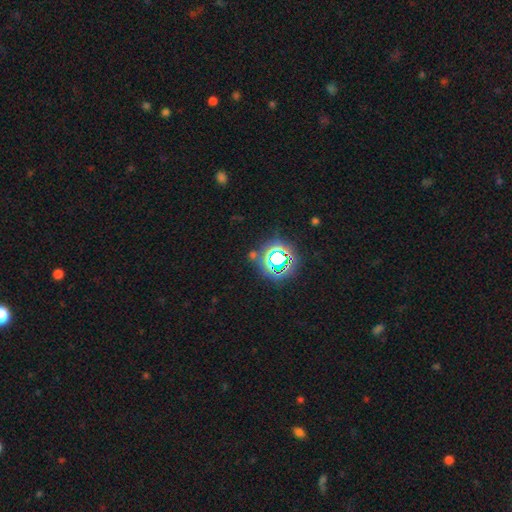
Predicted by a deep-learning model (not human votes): The model was most divided on "smooth or featured": star or artifact: 76%, smooth: 16%, featured or disk: 8%.